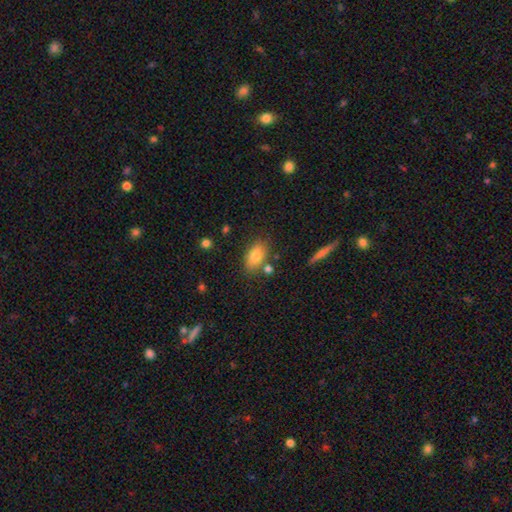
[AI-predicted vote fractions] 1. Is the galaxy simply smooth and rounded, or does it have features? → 79% smooth, 13% featured or disk, 8% star or artifact.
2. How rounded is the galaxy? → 88% in between, 7% round, 5% cigar-shaped.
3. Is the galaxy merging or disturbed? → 74% none, 13% minor disturbance, 8% merger, 4% major disturbance.